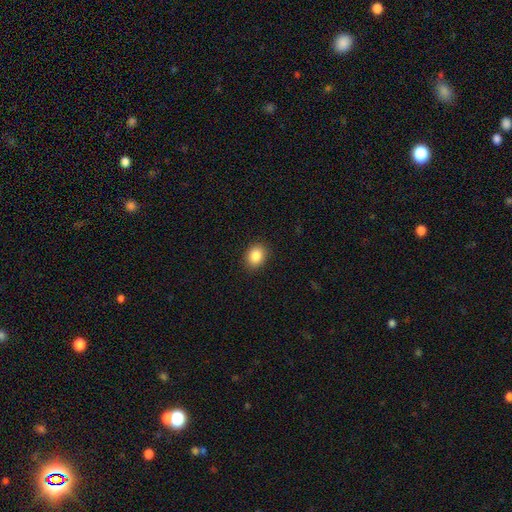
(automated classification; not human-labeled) This appears to be a smooth galaxy with no disk features (86%) that is round (50%). Merging: none (90%).